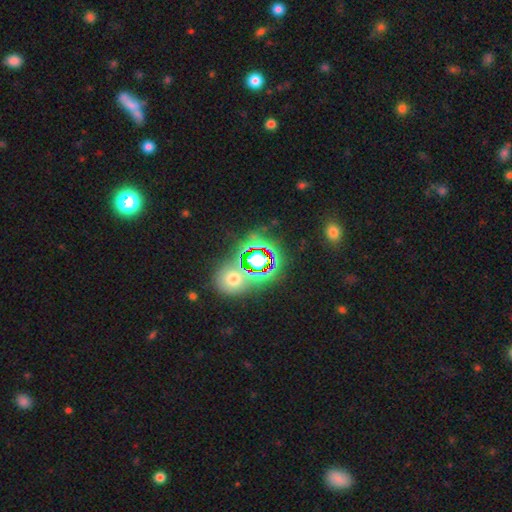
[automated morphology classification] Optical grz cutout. It shows a star or artifact, not a galaxy (69%).